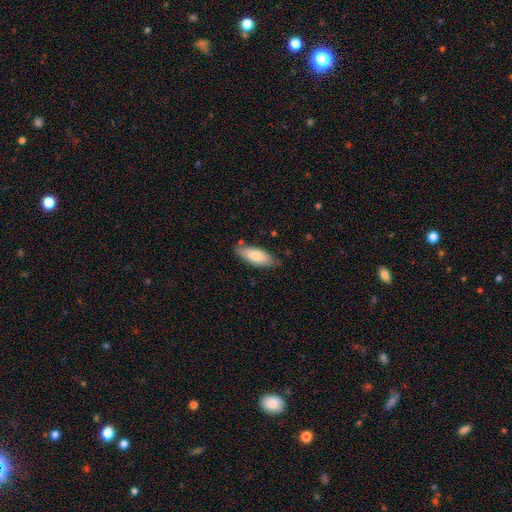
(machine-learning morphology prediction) This appears to be a smooth galaxy with no disk features (78%) that is in between round and cigar-shaped (75%). Merging: none (76%).